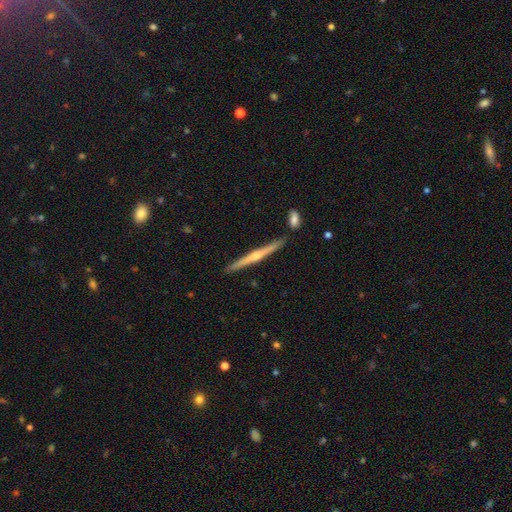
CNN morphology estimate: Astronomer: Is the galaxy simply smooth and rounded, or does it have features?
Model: featured or disk — 73%.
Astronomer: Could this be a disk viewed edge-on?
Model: yes — 98%.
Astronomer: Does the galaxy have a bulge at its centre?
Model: rounded — 80%.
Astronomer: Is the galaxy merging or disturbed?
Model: none — 88%.